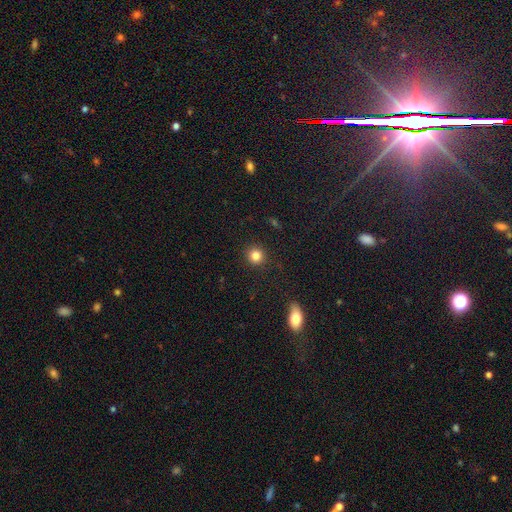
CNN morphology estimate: Smooth or featured: smooth — 83% (star or artifact — 11%)
How rounded: round — 93% (in between — 6%)
Merging: none — 91% (minor disturbance — 5%)